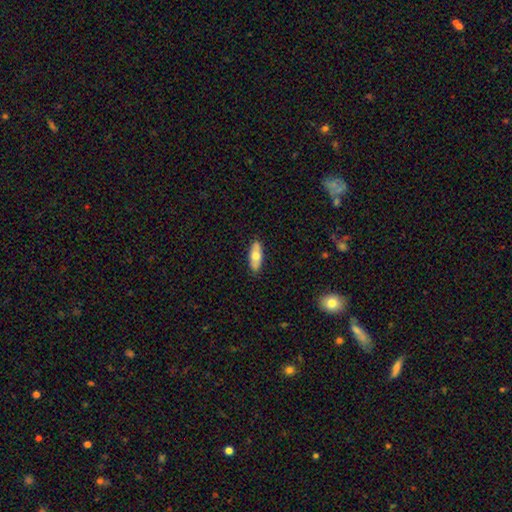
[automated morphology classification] Smooth or featured?
  - smooth: 64% *
  - featured or disk: 30%
  - star or artifact: 6%
How rounded?
  - in between: 74% *
  - cigar-shaped: 24%
  - round: 3%
Merging?
  - none: 87% *
  - minor disturbance: 10%
  - major disturbance: 2%
  - merger: 1%